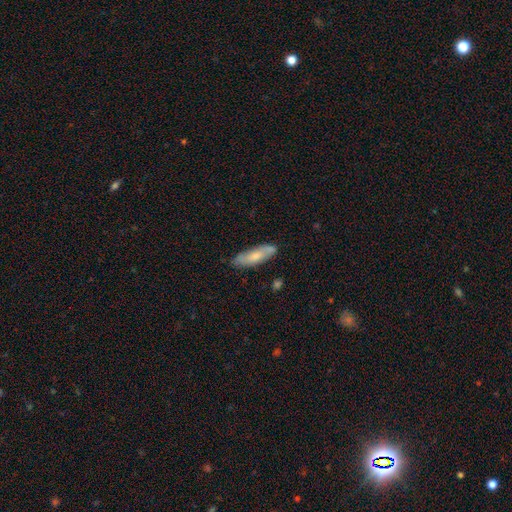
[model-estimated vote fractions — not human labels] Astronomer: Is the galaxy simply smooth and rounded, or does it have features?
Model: smooth — 62%.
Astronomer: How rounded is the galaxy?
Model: cigar-shaped — 53% (runner-up: in between, 45%).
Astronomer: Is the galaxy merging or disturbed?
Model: none — 76%.